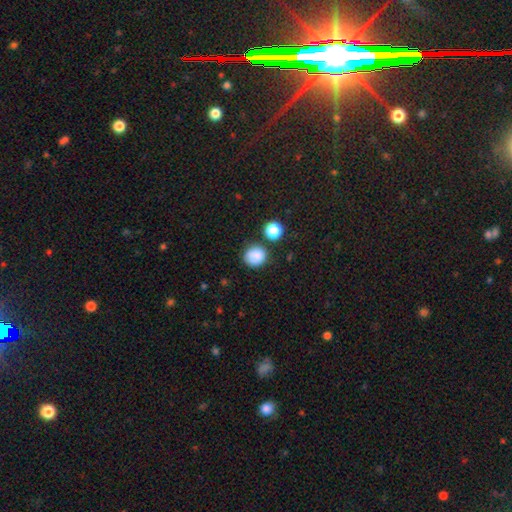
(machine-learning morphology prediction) The model was most divided on "merging": none: 75%, minor disturbance: 13%, merger: 7%, major disturbance: 4%. More confident: how rounded — round (86%); smooth or featured — smooth (85%).